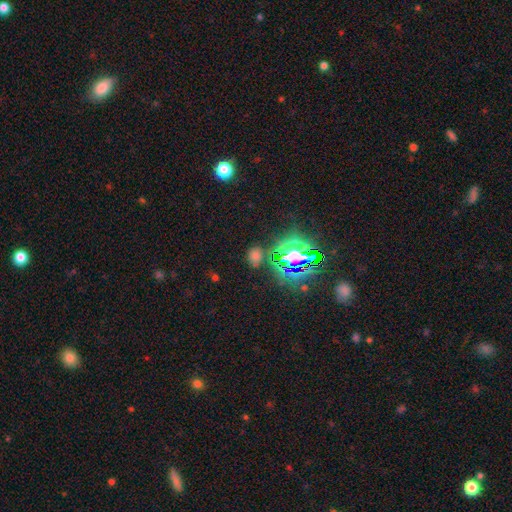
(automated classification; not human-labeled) A star or artifact, not a galaxy (52%).

Vote fractions:
- Smooth or featured? star or artifact: 52% / smooth: 41% / featured or disk: 7%